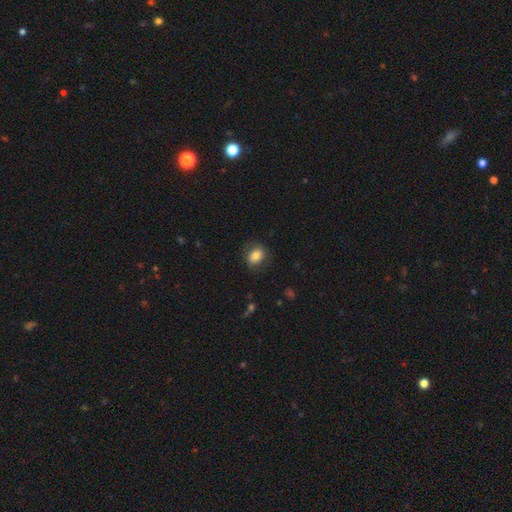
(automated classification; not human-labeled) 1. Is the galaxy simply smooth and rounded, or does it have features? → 80% smooth, 12% featured or disk, 9% star or artifact.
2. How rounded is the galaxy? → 57% in between, 42% round, 1% cigar-shaped.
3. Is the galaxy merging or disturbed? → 78% none, 15% minor disturbance, 6% major disturbance, 1% merger.